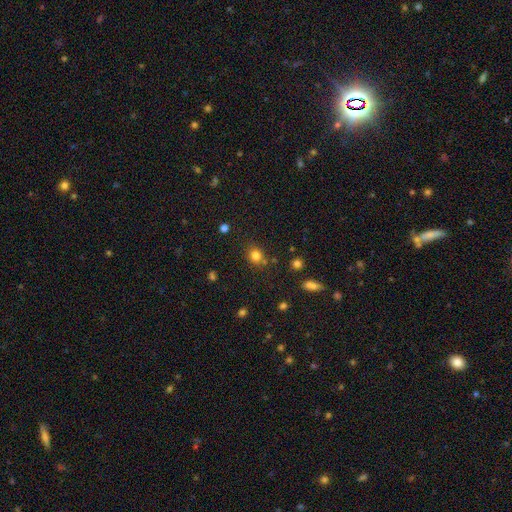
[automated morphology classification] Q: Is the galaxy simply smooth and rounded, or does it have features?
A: smooth — 79%.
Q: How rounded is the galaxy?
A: round — 76%.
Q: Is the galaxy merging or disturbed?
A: none — 73%.